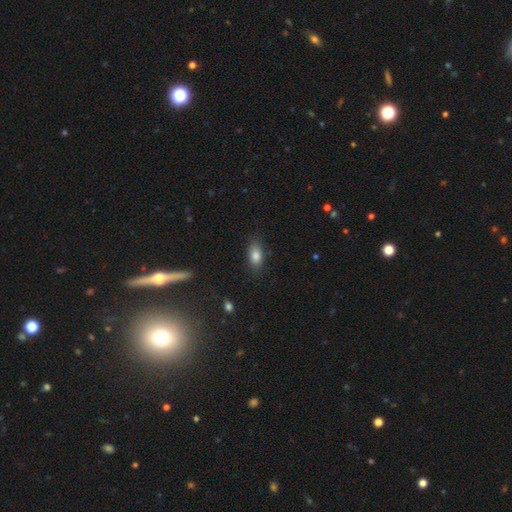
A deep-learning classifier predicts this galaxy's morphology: Smooth or featured: smooth — 82% (star or artifact — 9%)
How rounded: in between — 86% (round — 7%)
Merging: none — 81% (minor disturbance — 14%)